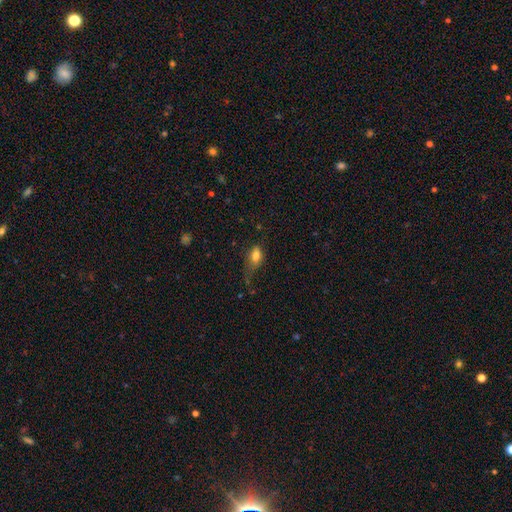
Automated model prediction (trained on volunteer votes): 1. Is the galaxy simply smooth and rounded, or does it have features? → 78% smooth, 12% featured or disk, 10% star or artifact.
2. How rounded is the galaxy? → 82% in between, 13% round, 5% cigar-shaped.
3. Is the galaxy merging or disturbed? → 34% none, 33% minor disturbance, 29% major disturbance, 4% merger.